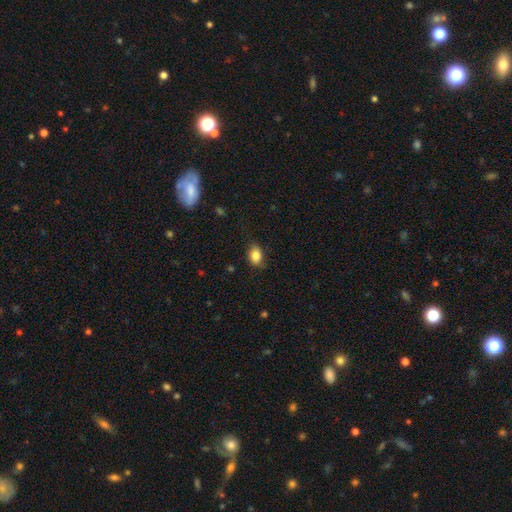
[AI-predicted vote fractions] smooth_or_featured: smooth (p=0.85) [alt: star or artifact p=0.09]
how_rounded: in between (p=0.78) [alt: round p=0.20]
merging: none (p=0.77) [alt: minor disturbance p=0.18]